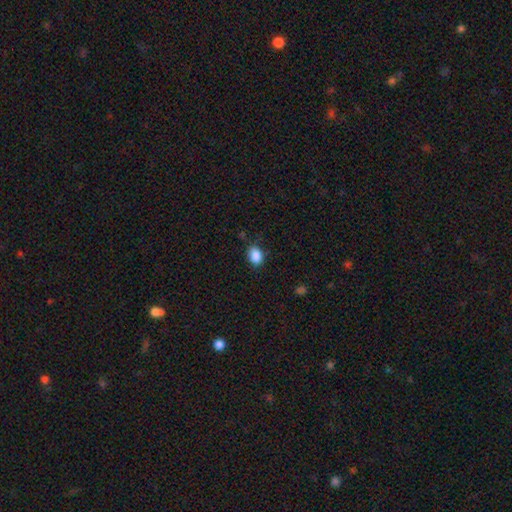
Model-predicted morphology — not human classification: Q: Smooth or featured?
A: smooth (88%); runner-up: star or artifact (9%)
Q: How rounded?
A: in between (70%); runner-up: round (29%)
Q: Merging?
A: none (76%); runner-up: minor disturbance (19%)